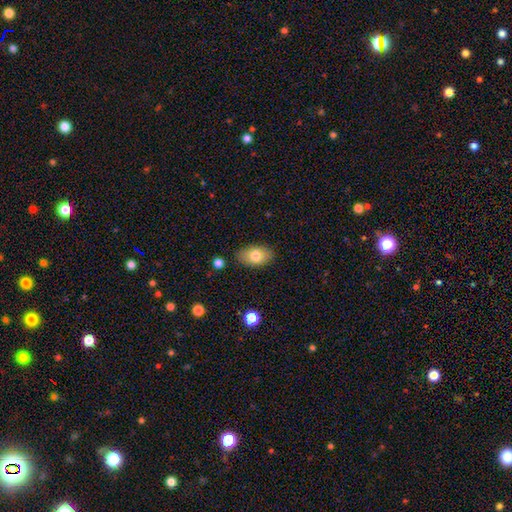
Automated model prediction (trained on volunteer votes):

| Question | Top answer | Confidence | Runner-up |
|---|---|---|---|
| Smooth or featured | smooth | 79% | featured or disk (13%) |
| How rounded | in between | 90% | round (9%) |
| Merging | none | 84% | minor disturbance (11%) |